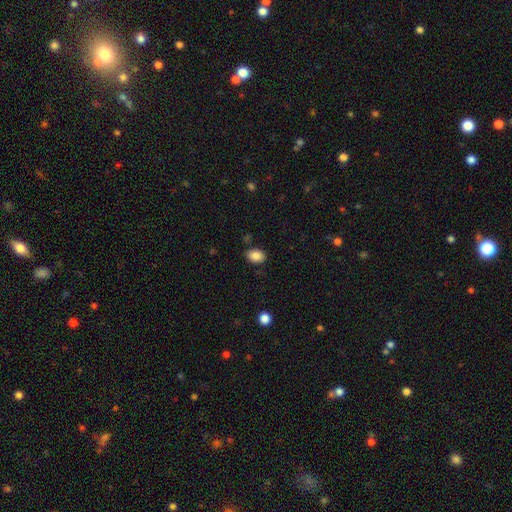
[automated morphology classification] Smooth or featured?
  - smooth: 87% *
  - star or artifact: 8%
  - featured or disk: 4%
How rounded?
  - in between: 82% *
  - round: 17%
  - cigar-shaped: 1%
Merging?
  - none: 83% *
  - minor disturbance: 12%
  - major disturbance: 3%
  - merger: 2%